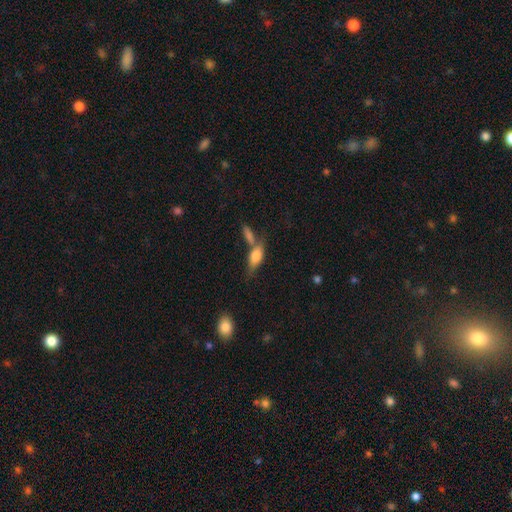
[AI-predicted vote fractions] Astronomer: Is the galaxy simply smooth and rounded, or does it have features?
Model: smooth — 72%.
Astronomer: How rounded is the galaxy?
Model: in between — 78%.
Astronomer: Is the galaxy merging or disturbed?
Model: none — 42% (runner-up: merger, 37%).